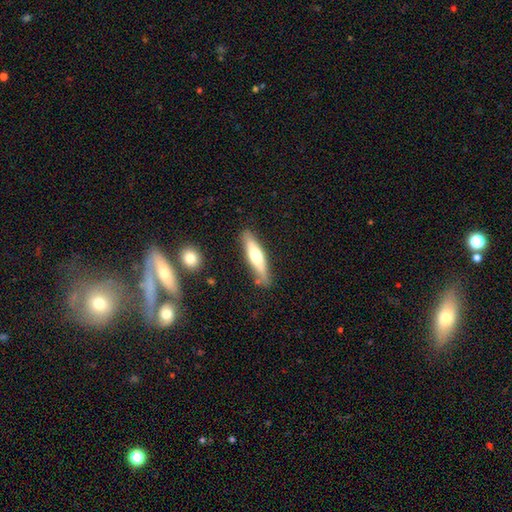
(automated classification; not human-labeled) smooth 54%, featured or disk 40%, star or artifact 5%. Down the decision tree: how rounded — cigar-shaped (78%); merging — none (80%).